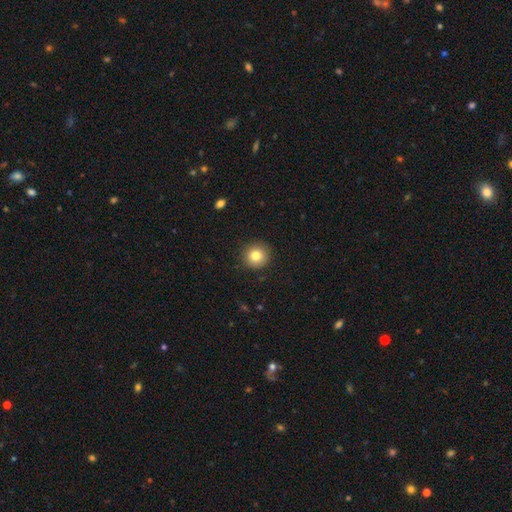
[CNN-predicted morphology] Overall: smooth (82%). How rounded: round (93%). Merging: none (90%).